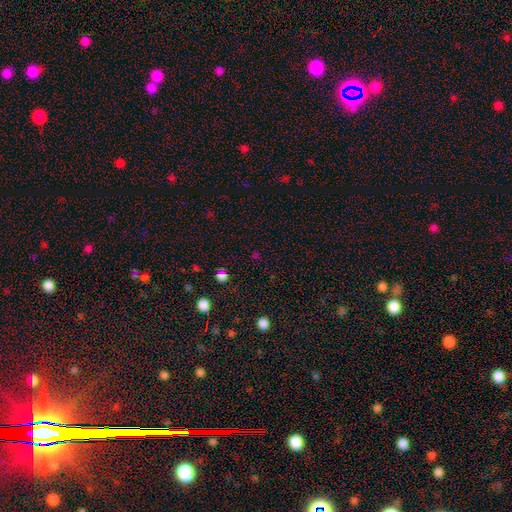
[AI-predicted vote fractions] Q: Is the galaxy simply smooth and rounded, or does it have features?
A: star or artifact — 52%.